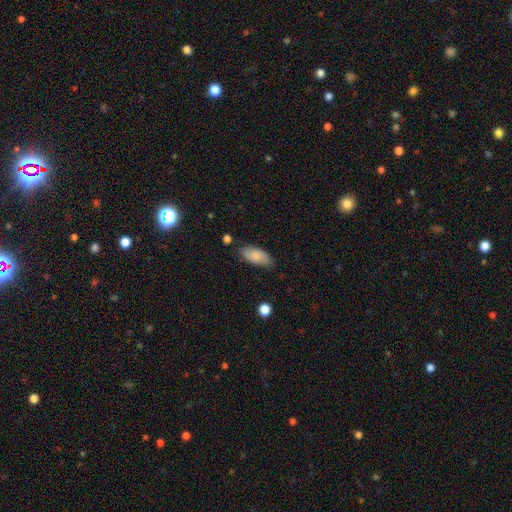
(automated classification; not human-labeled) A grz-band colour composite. It shows a smooth galaxy with no disk features (79%) that is in between round and cigar-shaped (89%). Merging: none (77%).